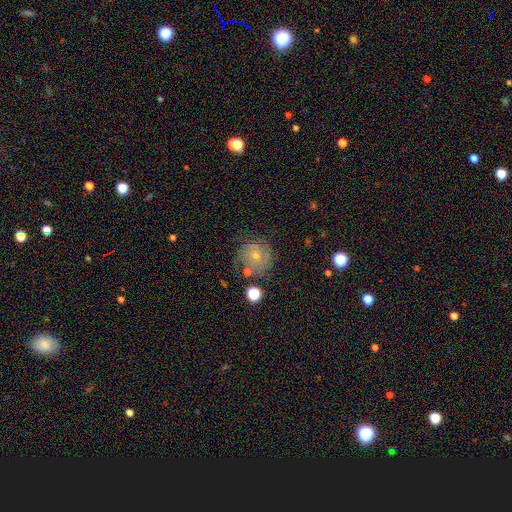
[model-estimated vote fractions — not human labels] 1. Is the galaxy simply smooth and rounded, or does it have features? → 60% featured or disk, 29% smooth, 12% star or artifact.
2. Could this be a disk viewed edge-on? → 98% no, 2% yes.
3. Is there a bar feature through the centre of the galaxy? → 77% no, 19% weak, 3% strong.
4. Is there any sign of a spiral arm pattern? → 84% yes, 16% no.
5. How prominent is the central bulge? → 60% small, 35% moderate, 2% none, 2% large, 1% dominant.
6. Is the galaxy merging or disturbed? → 67% none, 19% minor disturbance, 9% major disturbance, 6% merger.